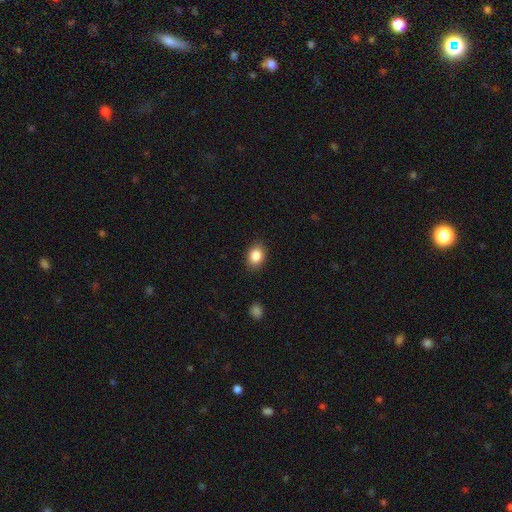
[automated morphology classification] This is clearly a smooth galaxy (86%). How rounded: likely in between (64%). Merging: clearly none (87%).